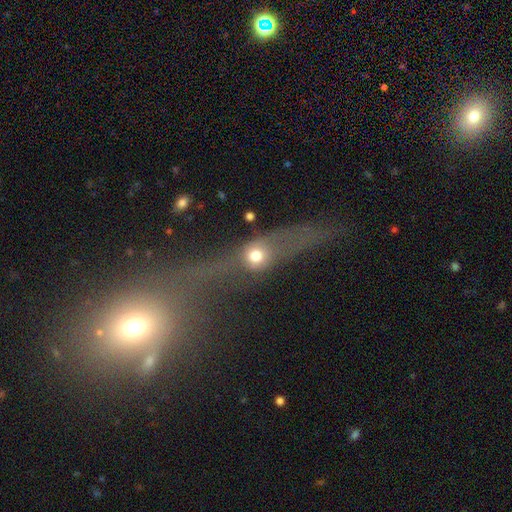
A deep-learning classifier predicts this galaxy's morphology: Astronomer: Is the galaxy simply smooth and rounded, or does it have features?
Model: smooth — 50% (runner-up: featured or disk, 36%).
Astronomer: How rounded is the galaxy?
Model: round — 52% (runner-up: in between, 34%).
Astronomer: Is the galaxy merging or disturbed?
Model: major disturbance — 39% (runner-up: none, 25%).